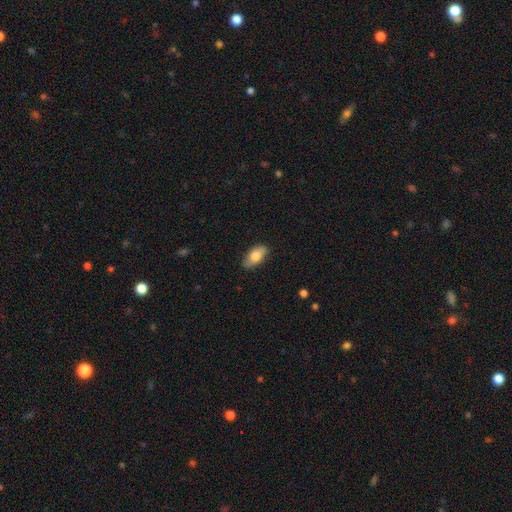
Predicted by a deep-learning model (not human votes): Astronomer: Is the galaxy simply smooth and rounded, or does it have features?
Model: smooth — 80%.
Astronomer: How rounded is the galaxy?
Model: in between — 91%.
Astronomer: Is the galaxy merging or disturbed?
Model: none — 84%.